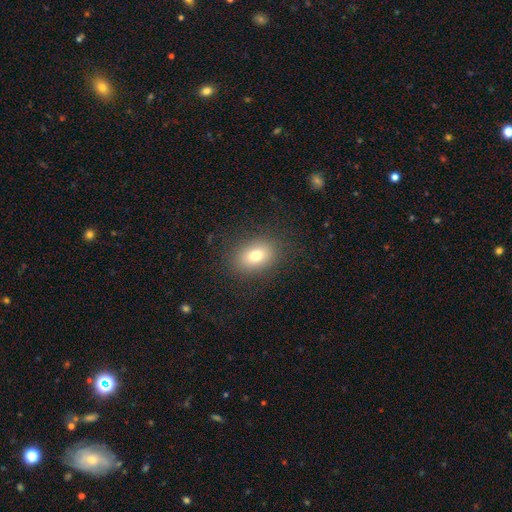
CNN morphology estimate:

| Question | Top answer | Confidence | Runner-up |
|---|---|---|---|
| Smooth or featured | smooth | 77% | featured or disk (11%) |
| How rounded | in between | 72% | round (27%) |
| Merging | none | 86% | minor disturbance (9%) |